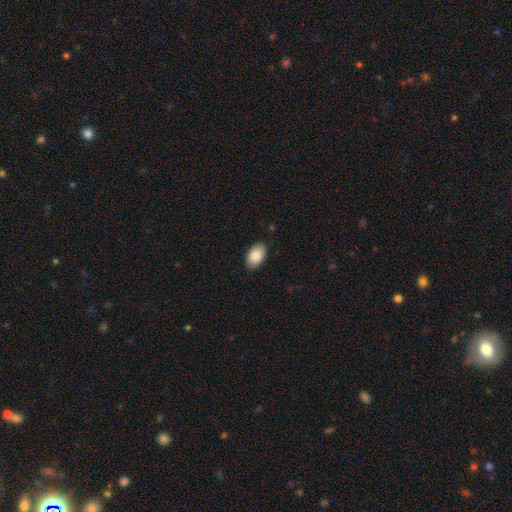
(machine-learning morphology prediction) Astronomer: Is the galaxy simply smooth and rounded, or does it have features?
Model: smooth — 88%.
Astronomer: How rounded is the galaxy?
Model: in between — 93%.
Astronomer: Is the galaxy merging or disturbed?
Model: none — 88%.